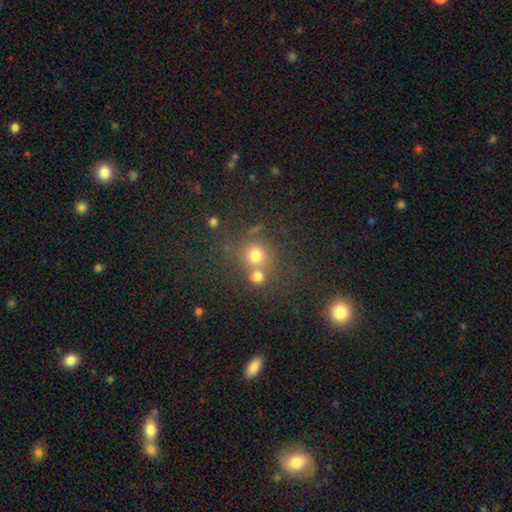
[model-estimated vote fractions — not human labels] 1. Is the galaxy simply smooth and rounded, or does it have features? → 70% smooth, 19% star or artifact, 11% featured or disk.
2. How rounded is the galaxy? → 87% round, 12% in between, 1% cigar-shaped.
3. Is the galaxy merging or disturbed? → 54% none, 33% merger, 8% minor disturbance, 4% major disturbance.